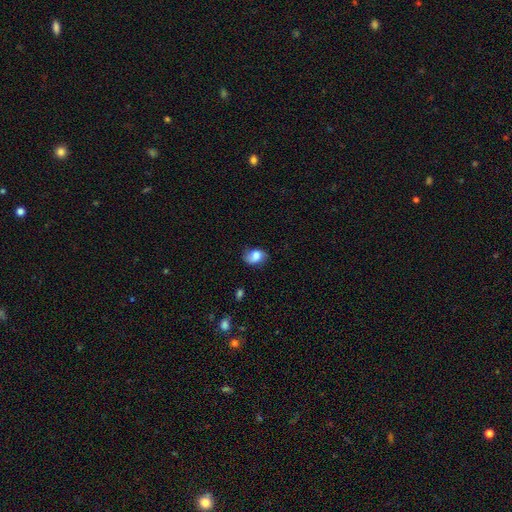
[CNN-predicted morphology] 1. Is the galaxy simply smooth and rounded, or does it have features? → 73% smooth, 18% featured or disk, 9% star or artifact.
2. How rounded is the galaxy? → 75% in between, 24% round, 1% cigar-shaped.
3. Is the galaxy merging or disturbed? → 66% none, 26% minor disturbance, 7% major disturbance, 2% merger.